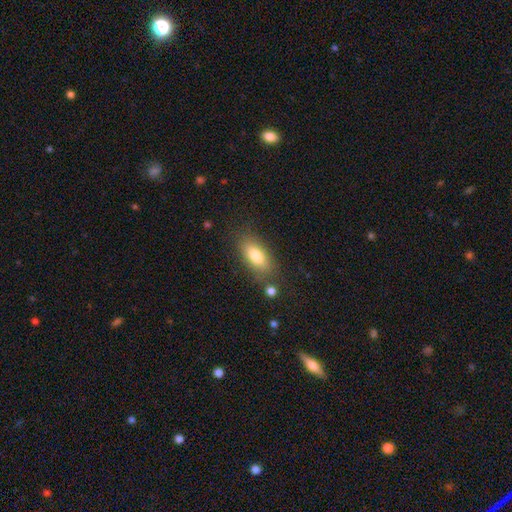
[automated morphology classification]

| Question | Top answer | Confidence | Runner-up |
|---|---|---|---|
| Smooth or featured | smooth | 79% | featured or disk (13%) |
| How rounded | in between | 81% | cigar-shaped (15%) |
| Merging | none | 78% | minor disturbance (14%) |